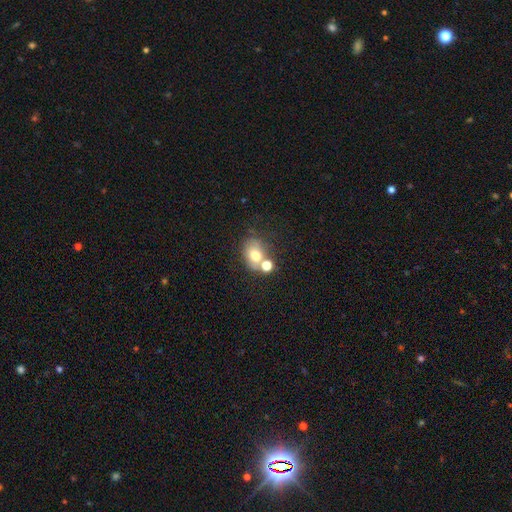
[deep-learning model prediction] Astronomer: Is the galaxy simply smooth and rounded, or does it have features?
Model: smooth — 70%.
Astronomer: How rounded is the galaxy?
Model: in between — 52% (runner-up: round, 47%).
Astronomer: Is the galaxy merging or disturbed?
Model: none — 47% (runner-up: merger, 34%).